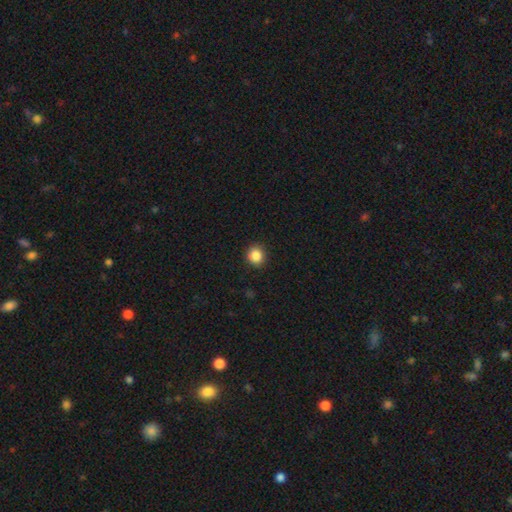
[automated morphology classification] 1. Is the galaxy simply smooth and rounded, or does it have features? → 87% smooth, 10% star or artifact, 3% featured or disk.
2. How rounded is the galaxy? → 88% round, 11% in between, 1% cigar-shaped.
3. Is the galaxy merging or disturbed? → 91% none, 7% minor disturbance, 2% major disturbance, 1% merger.